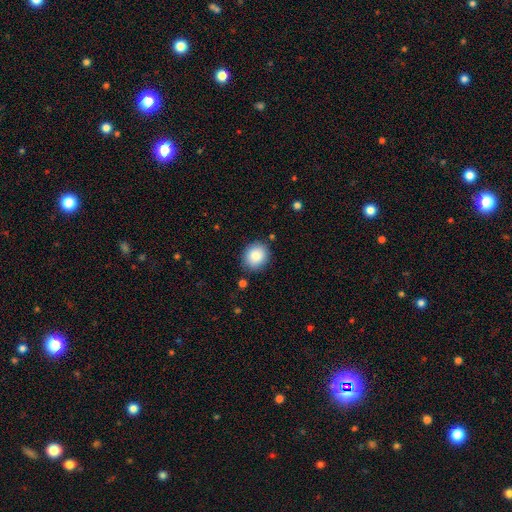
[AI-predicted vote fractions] A smooth galaxy with no disk features (86%) that is round (72%).

Vote fractions:
- Smooth or featured? smooth: 86% / star or artifact: 8% / featured or disk: 6%
- How rounded? round: 72% / in between: 28% / cigar-shaped: 1%
- Merging? none: 85% / minor disturbance: 10% / major disturbance: 3% / merger: 2%